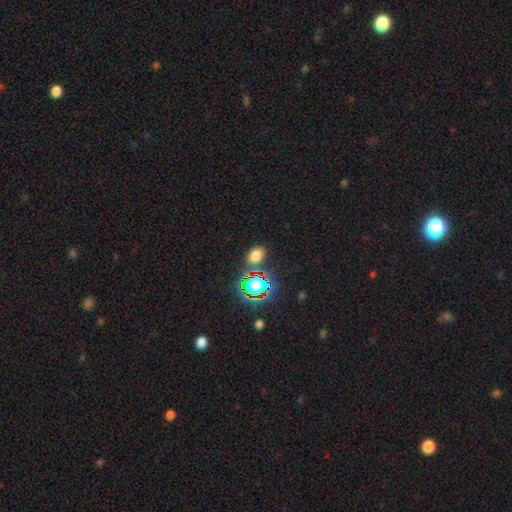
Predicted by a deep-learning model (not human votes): This appears to be a smooth galaxy with no disk features (68%) that is in between round and cigar-shaped (71%). Merging: none (77%).